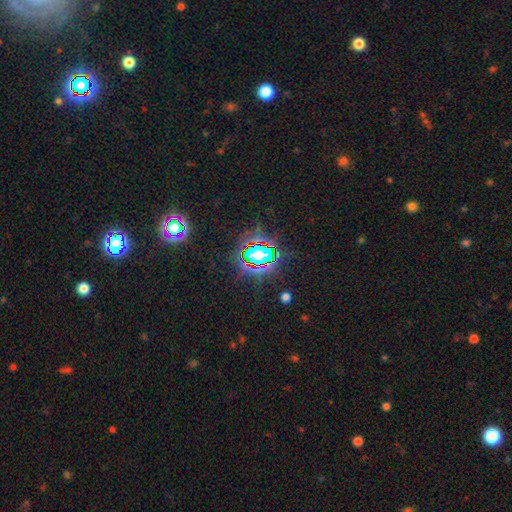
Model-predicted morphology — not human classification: type=star or artifact (74%).